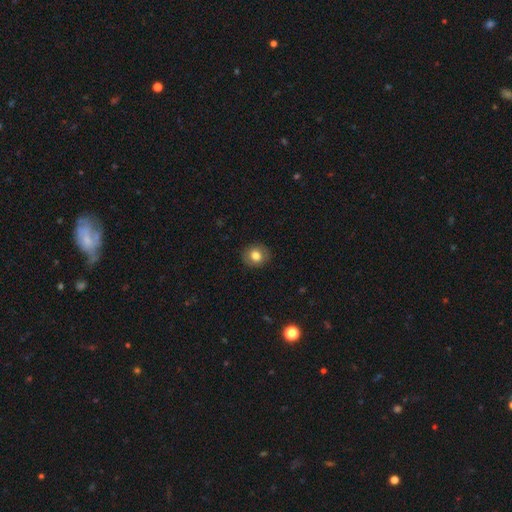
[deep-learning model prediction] Q: Smooth or featured?
A: smooth (77%); runner-up: featured or disk (14%)
Q: How rounded?
A: round (77%); runner-up: in between (22%)
Q: Merging?
A: none (89%); runner-up: minor disturbance (8%)